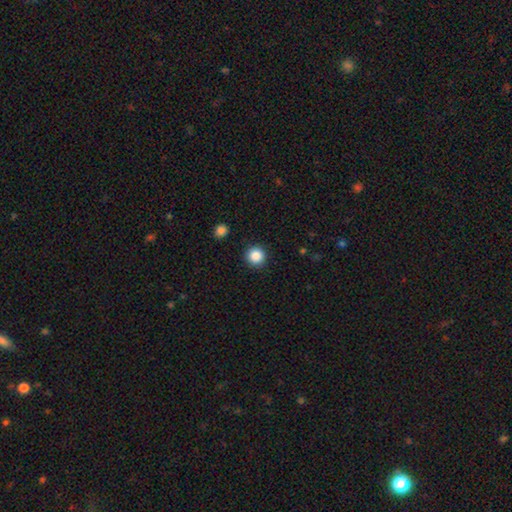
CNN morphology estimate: A smooth galaxy with no disk features (87%) that is round (95%). Merging: none (92%).